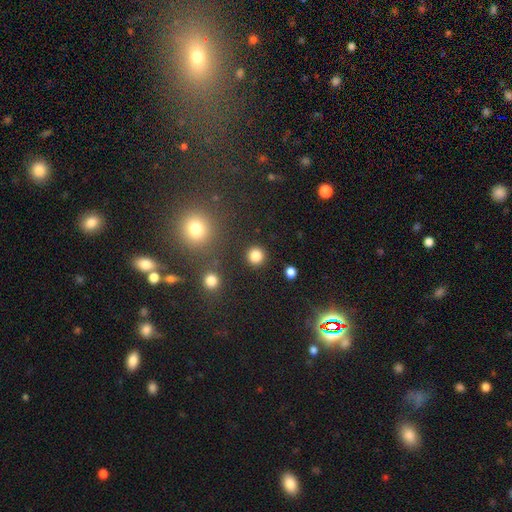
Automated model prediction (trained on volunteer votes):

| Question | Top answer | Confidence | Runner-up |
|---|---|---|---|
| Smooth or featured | smooth | 84% | star or artifact (12%) |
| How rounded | round | 93% | in between (6%) |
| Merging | none | 91% | minor disturbance (5%) |